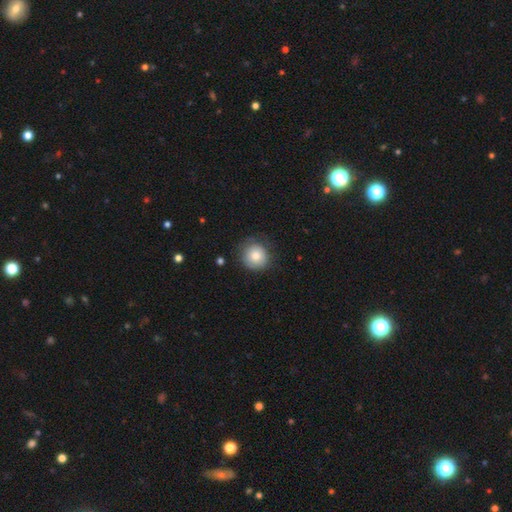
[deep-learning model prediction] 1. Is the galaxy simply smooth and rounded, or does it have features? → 81% smooth, 11% featured or disk, 8% star or artifact.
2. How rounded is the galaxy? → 92% round, 7% in between, 1% cigar-shaped.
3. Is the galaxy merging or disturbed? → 75% none, 18% minor disturbance, 5% major disturbance, 1% merger.